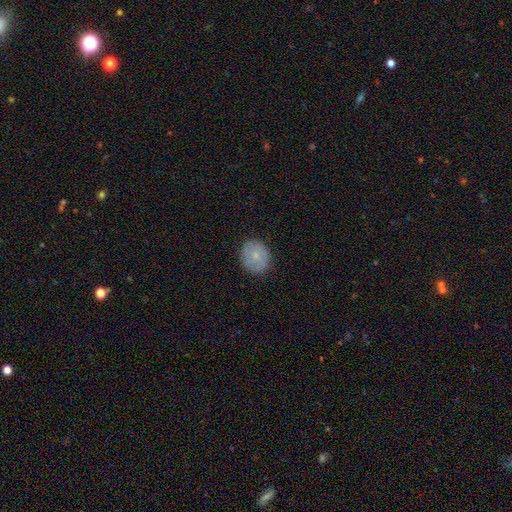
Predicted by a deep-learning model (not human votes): Q: Smooth or featured?
A: smooth (68%); runner-up: featured or disk (25%)
Q: How rounded?
A: round (64%); runner-up: in between (36%)
Q: Merging?
A: none (84%); runner-up: minor disturbance (12%)